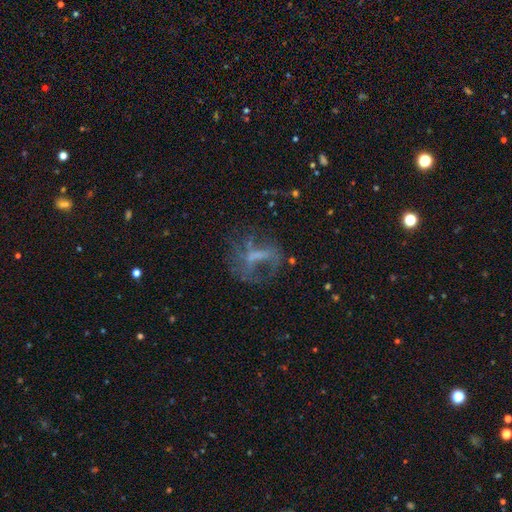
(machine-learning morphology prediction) The model was most divided on "merging": none: 40%, major disturbance: 39%, minor disturbance: 16%, merger: 5%. More confident: edge-on disk — no (94%); spiral arms — no (68%); bulge size — none (56%); bar — no (54%); smooth or featured — featured or disk (54%).